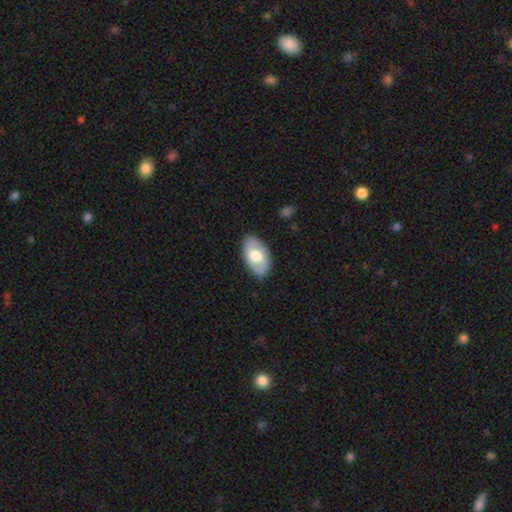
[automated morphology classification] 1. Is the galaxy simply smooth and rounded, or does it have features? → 60% smooth, 35% featured or disk, 5% star or artifact.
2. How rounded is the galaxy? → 94% in between, 5% round, 1% cigar-shaped.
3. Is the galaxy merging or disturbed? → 84% none, 12% minor disturbance, 3% major disturbance, 1% merger.